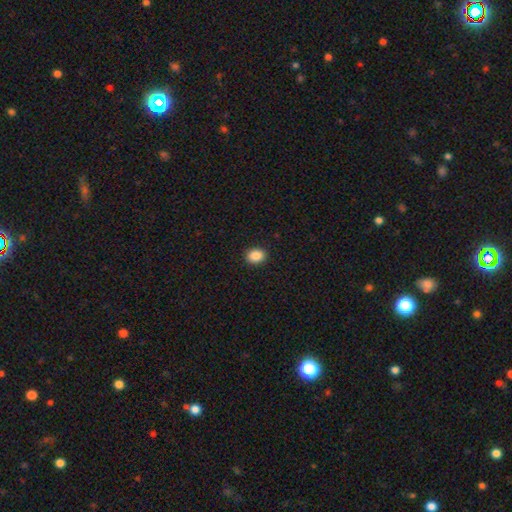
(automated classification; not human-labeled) Q: Smooth or featured?
A: smooth (88%); runner-up: star or artifact (9%)
Q: How rounded?
A: in between (54%); runner-up: round (46%)
Q: Merging?
A: none (91%); runner-up: minor disturbance (6%)